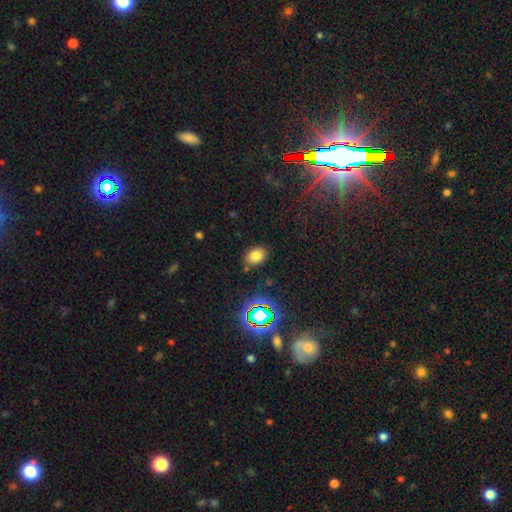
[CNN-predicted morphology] smooth 75%, star or artifact 18%, featured or disk 7%. Down the decision tree: how rounded — in between (65%); merging — none (83%).